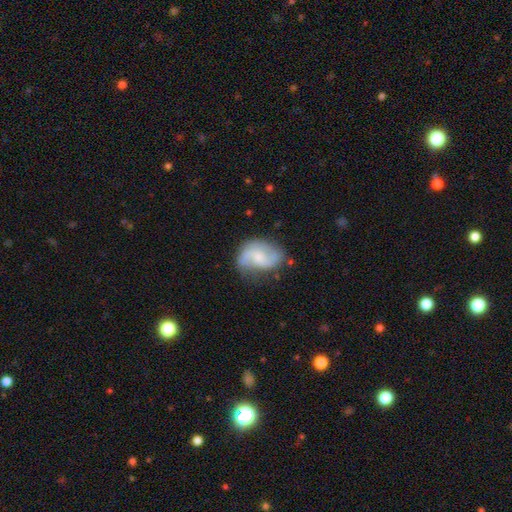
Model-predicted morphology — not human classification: Smooth or featured?
  - featured or disk: 72% *
  - smooth: 21%
  - star or artifact: 7%
Edge-on disk?
  - no: 97% *
  - yes: 3%
Bar?
  - no: 49% *
  - weak: 42%
  - strong: 9%
Spiral arms?
  - yes: 92% *
  - no: 8%
Spiral winding?
  - loose: 51% *
  - medium: 37%
  - tight: 12%
Spiral arm count?
  - 2: 85% *
  - can't tell: 7%
  - 1: 4%
  - 3: 2%
  - 4: 1%
  - more than 4: 1%
Bulge size?
  - small: 49% *
  - moderate: 33%
  - none: 14%
  - large: 3%
  - dominant: 1%
Merging?
  - none: 63% *
  - minor disturbance: 25%
  - major disturbance: 10%
  - merger: 2%